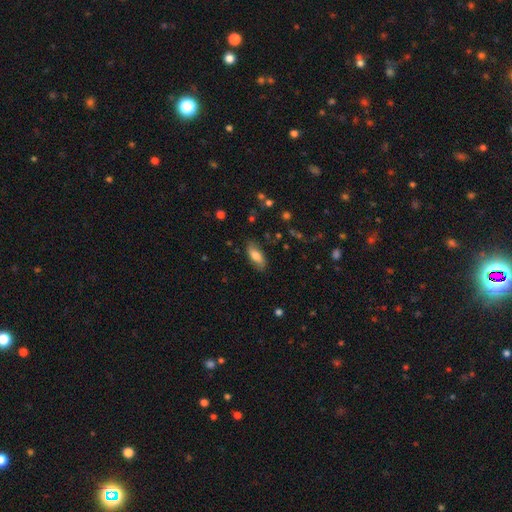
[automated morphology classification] Smooth or featured: smooth — 70% (featured or disk — 23%)
How rounded: in between — 80% (cigar-shaped — 17%)
Merging: none — 81% (minor disturbance — 15%)